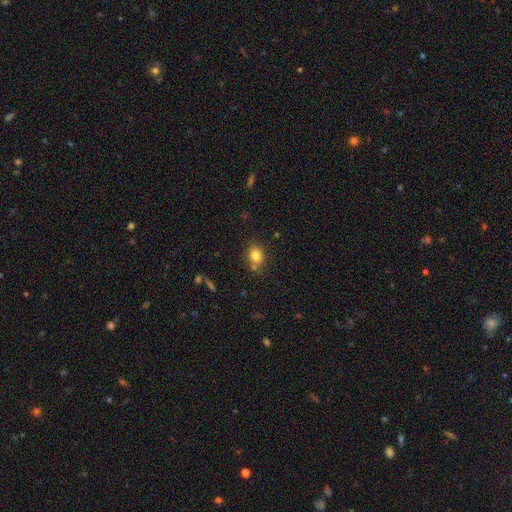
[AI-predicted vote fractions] Smooth or featured?
  - smooth: 82% *
  - star or artifact: 11%
  - featured or disk: 7%
How rounded?
  - round: 59% *
  - in between: 40%
  - cigar-shaped: 1%
Merging?
  - none: 70% *
  - minor disturbance: 15%
  - merger: 10%
  - major disturbance: 4%